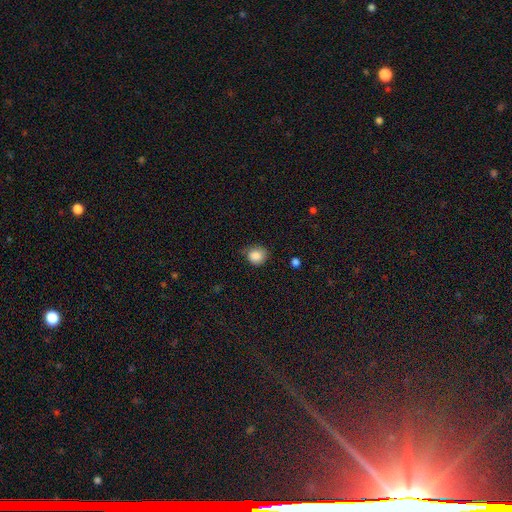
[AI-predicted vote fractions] This appears to be a smooth galaxy with no disk features (86%) that is round (80%). Merging: none (65%).